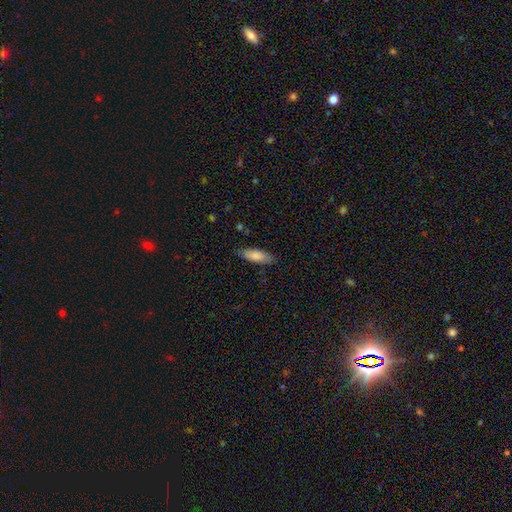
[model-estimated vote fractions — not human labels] Smooth or featured? Predicted: smooth (p=0.85). How rounded? Predicted: in between (p=0.62). Merging? Predicted: none (p=0.83).